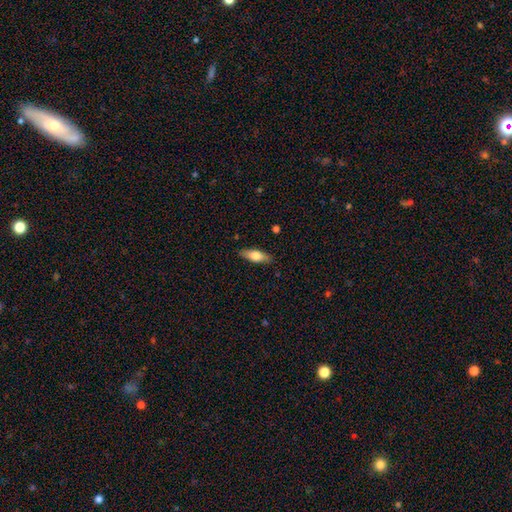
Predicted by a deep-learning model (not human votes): A smooth galaxy with no disk features (69%) that is in between round and cigar-shaped (64%).

Vote fractions:
- Smooth or featured? smooth: 69% / featured or disk: 25% / star or artifact: 6%
- How rounded? in between: 64% / cigar-shaped: 34% / round: 3%
- Merging? none: 85% / minor disturbance: 11% / major disturbance: 2% / merger: 1%